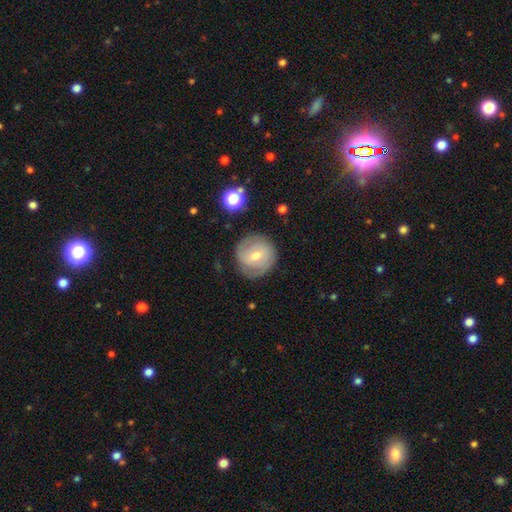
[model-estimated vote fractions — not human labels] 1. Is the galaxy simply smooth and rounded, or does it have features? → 49% featured or disk, 41% smooth, 10% star or artifact.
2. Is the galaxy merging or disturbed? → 80% none, 14% minor disturbance, 5% major disturbance, 2% merger.